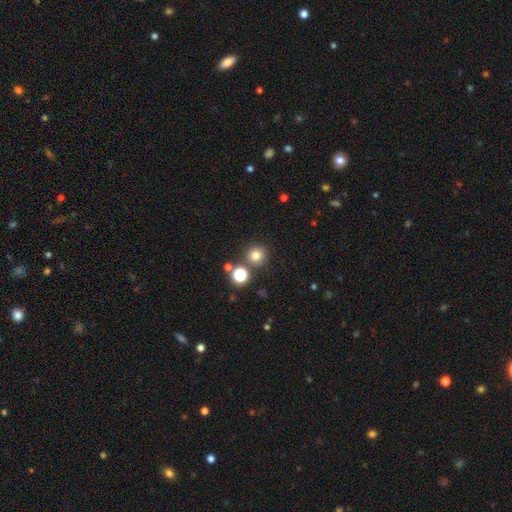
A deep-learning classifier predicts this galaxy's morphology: This is likely a smooth galaxy (77%). How rounded: clearly round (94%). Merging: clearly none (82%).